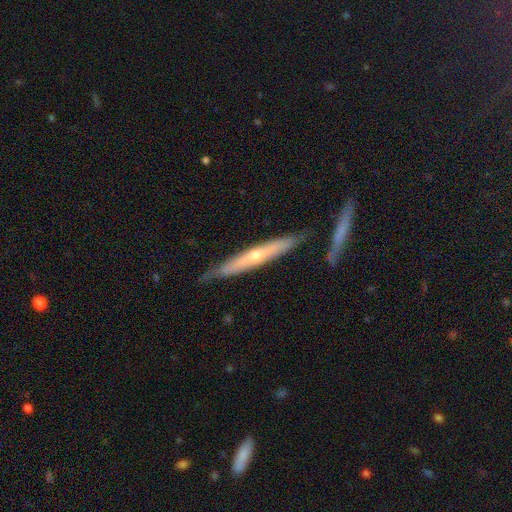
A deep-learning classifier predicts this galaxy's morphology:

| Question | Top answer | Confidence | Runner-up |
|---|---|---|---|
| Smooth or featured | featured or disk | 63% | smooth (31%) |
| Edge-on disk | yes | 89% | no (11%) |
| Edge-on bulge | rounded | 69% | none (28%) |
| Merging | none | 79% | minor disturbance (13%) |